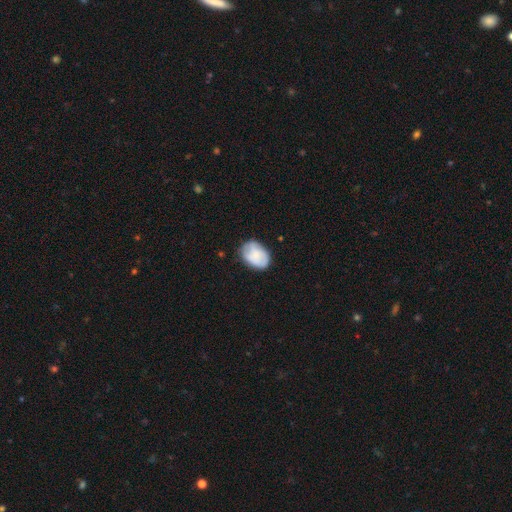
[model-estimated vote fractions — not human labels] Q: Smooth or featured?
A: smooth (67%); runner-up: featured or disk (26%)
Q: How rounded?
A: in between (77%); runner-up: round (22%)
Q: Merging?
A: none (67%); runner-up: minor disturbance (25%)